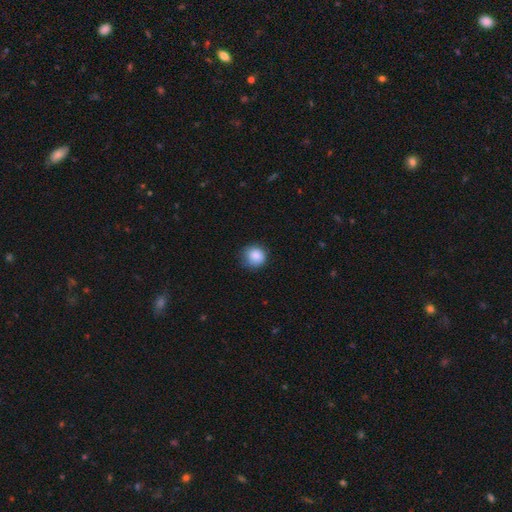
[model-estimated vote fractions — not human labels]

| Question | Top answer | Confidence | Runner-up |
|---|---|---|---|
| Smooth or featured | smooth | 87% | star or artifact (8%) |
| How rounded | round | 88% | in between (11%) |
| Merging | none | 73% | minor disturbance (21%) |